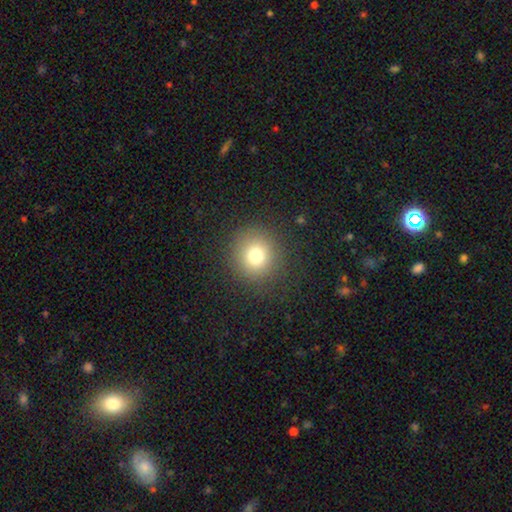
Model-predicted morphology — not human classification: Smooth or featured? smooth (76%)
How rounded? round (92%)
Merging? none (88%)